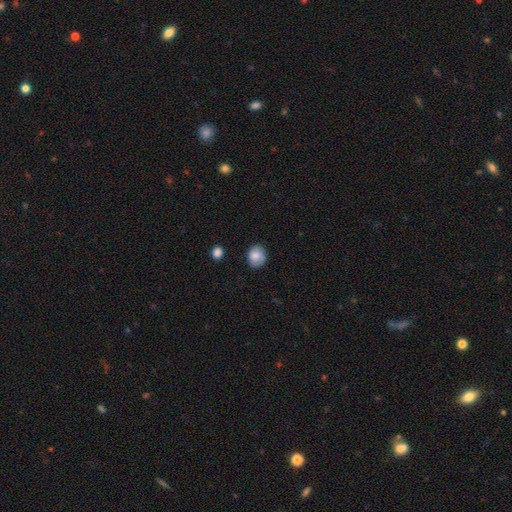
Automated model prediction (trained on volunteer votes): Morphology: type=smooth (82%); roundness=round (63%); merging=none (78%).